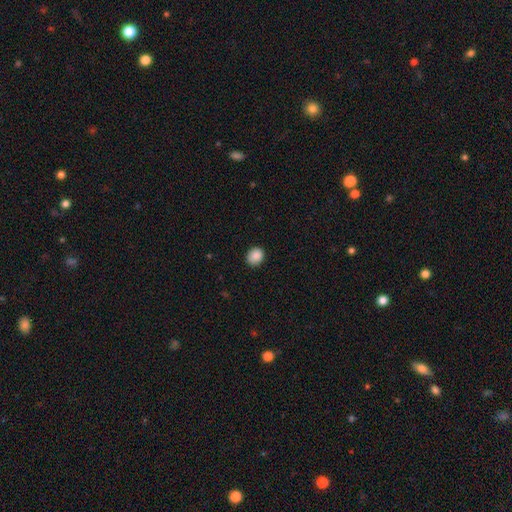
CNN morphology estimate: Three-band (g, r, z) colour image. It shows a smooth galaxy with no disk features (88%) that is round (69%). Merging: none (84%).